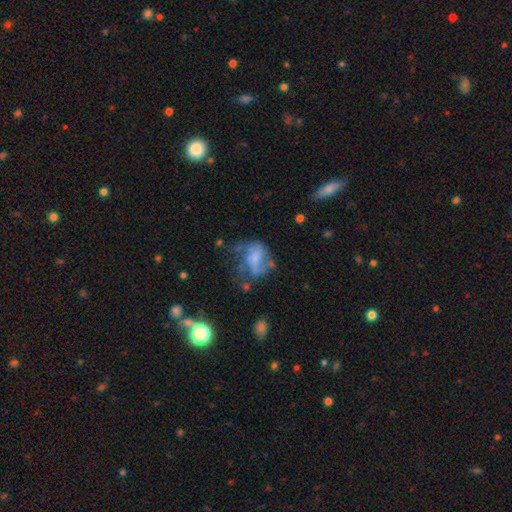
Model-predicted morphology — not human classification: Smooth or featured?
  - featured or disk: 53% *
  - smooth: 35%
  - star or artifact: 12%
Edge-on disk?
  - no: 97% *
  - yes: 3%
Bar?
  - no: 63% *
  - weak: 29%
  - strong: 7%
Spiral arms?
  - yes: 52% *
  - no: 48%
Bulge size?
  - small: 37% *
  - none: 29%
  - moderate: 27%
  - large: 5%
  - dominant: 2%
Merging?
  - none: 36% *
  - major disturbance: 34%
  - minor disturbance: 23%
  - merger: 7%